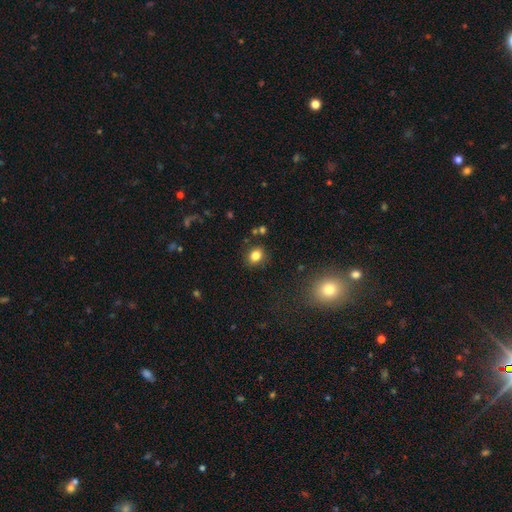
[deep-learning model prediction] Smooth or featured? Predicted: smooth (p=0.82). How rounded? Predicted: in between (p=0.50). Merging? Predicted: none (p=0.84).